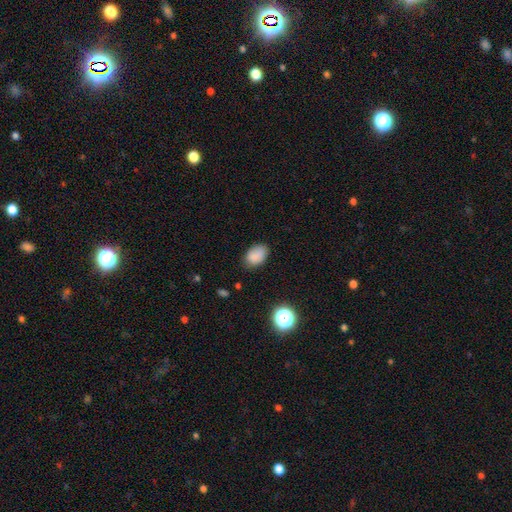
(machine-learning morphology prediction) Overall: smooth (84%). How rounded: in between (83%). Merging: none (75%).